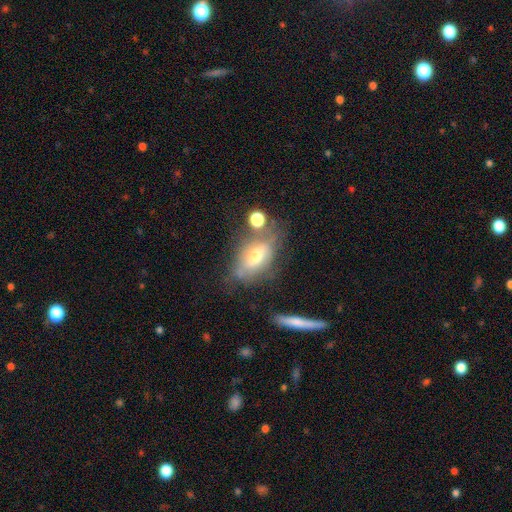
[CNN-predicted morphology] Q: Smooth or featured?
A: smooth (49%); runner-up: featured or disk (41%)
Q: Merging?
A: none (46%); runner-up: minor disturbance (25%)